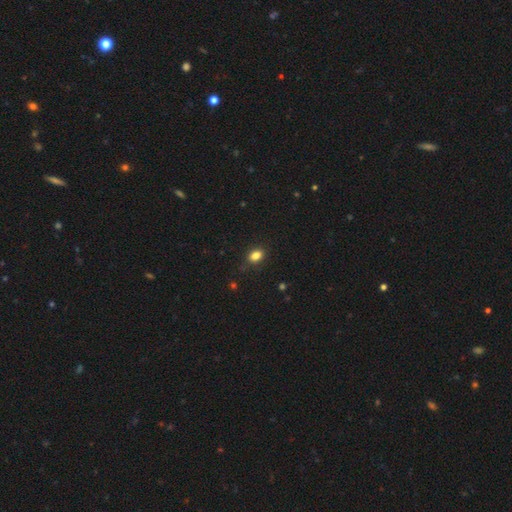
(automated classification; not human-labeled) Q: Smooth or featured?
A: smooth (85%); runner-up: star or artifact (11%)
Q: How rounded?
A: in between (78%); runner-up: round (21%)
Q: Merging?
A: none (84%); runner-up: minor disturbance (12%)